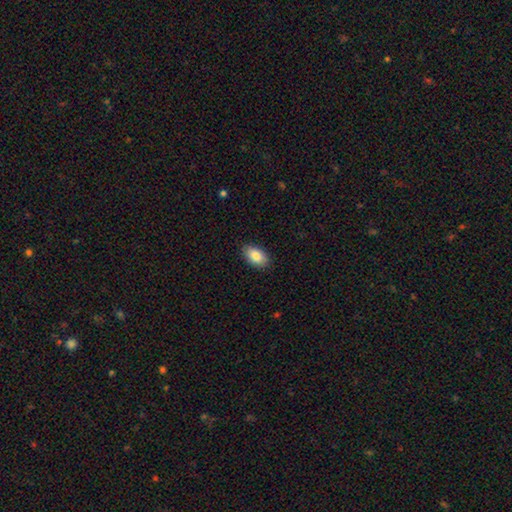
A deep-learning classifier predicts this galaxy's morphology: Smooth or featured?
  - smooth: 87% *
  - star or artifact: 7%
  - featured or disk: 7%
How rounded?
  - in between: 93% *
  - round: 5%
  - cigar-shaped: 2%
Merging?
  - none: 88% *
  - minor disturbance: 10%
  - major disturbance: 2%
  - merger: 1%